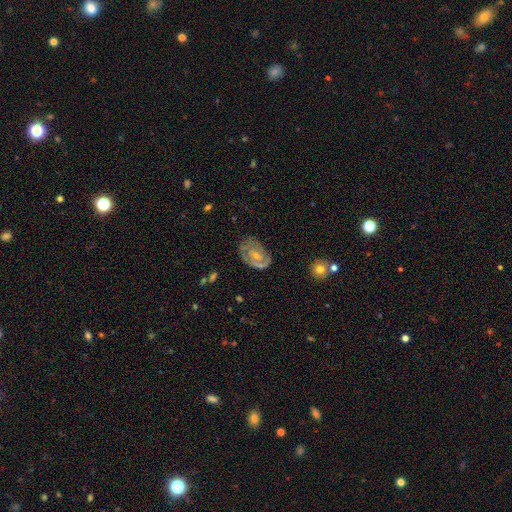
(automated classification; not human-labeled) Smooth or featured: featured or disk — 71% (smooth — 23%)
Edge-on disk: no — 96% (yes — 4%)
Bar: no — 65% (weak — 30%)
Spiral arms: yes — 77% (no — 23%)
Spiral winding: tight — 53% (medium — 33%)
Spiral arm count: 2 — 38% (can't tell — 29%)
Bulge size: small — 59% (moderate — 34%)
Merging: none — 57% (minor disturbance — 26%)